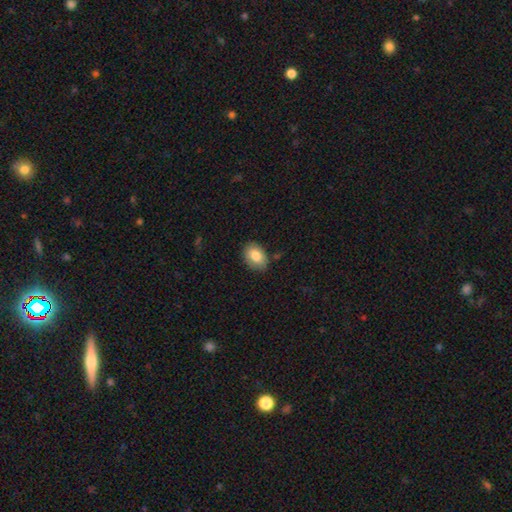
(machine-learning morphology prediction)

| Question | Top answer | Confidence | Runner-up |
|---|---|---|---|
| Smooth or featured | smooth | 83% | featured or disk (11%) |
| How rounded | in between | 81% | round (18%) |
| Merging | none | 83% | minor disturbance (13%) |